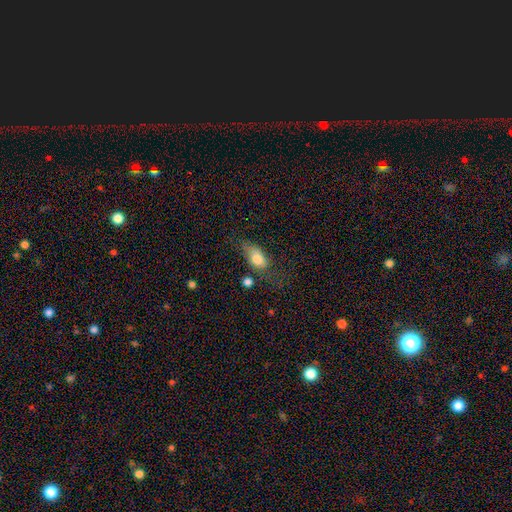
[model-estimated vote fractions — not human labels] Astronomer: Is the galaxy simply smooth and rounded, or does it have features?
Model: smooth — 71%.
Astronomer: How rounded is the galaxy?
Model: in between — 80%.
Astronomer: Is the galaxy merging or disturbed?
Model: none — 42% (runner-up: minor disturbance, 29%).